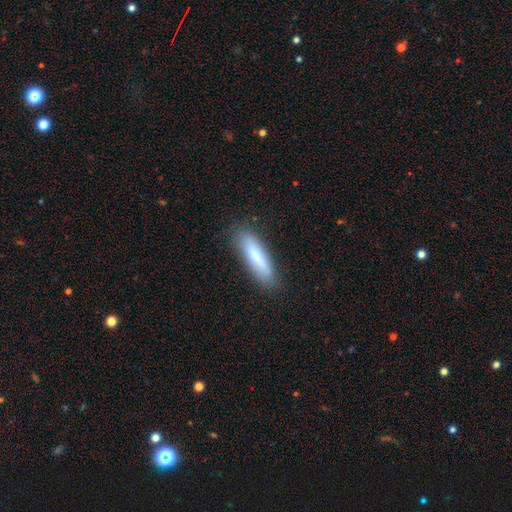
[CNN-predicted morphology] A smooth galaxy with no disk features (78%) that is cigar-shaped (75%). Merging: none (86%).